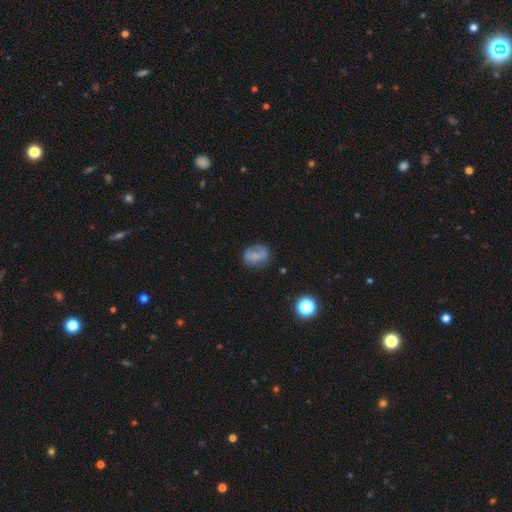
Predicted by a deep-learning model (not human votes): This appears to be a smooth galaxy with no disk features (64%) that is in between round and cigar-shaped (60%). Merging: none (55%).